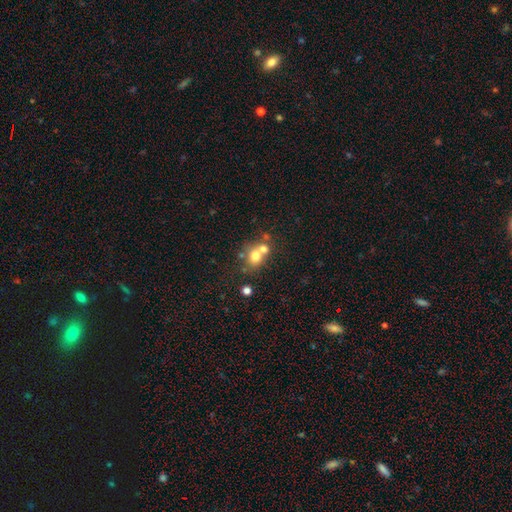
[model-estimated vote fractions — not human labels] Morphology: type=smooth (70%); roundness=round (72%); merging=merger (52%).